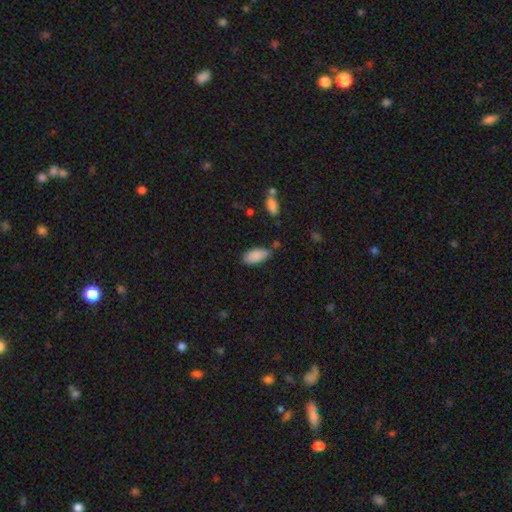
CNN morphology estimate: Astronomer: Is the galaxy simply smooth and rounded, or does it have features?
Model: smooth — 88%.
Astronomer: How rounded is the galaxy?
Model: in between — 91%.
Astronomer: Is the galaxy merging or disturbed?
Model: none — 68%.